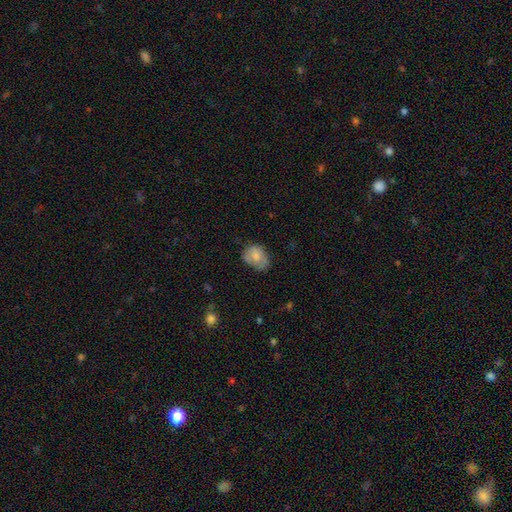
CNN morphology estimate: smooth-or-featured: smooth: 74% | featured or disk: 17% | star or artifact: 8%
  how-rounded: in between: 69% | round: 30% | cigar-shaped: 1%
  merging: none: 50% | minor disturbance: 35% | major disturbance: 13% | merger: 2%